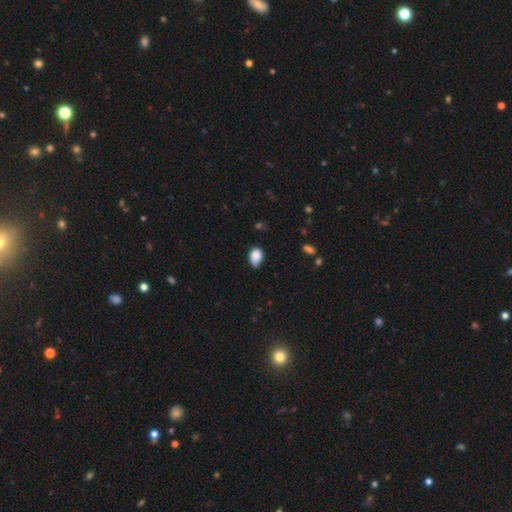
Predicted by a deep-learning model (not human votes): A smooth galaxy with no disk features (87%) that is in between round and cigar-shaped (78%). Merging: none (55%).